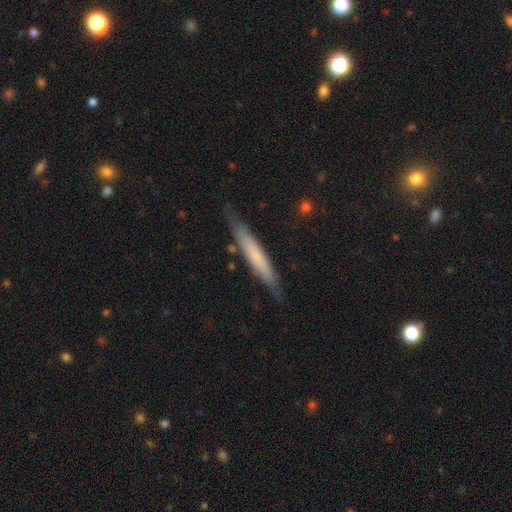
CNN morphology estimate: Smooth or featured? smooth (56%)
How rounded? cigar-shaped (94%)
Merging? none (79%)